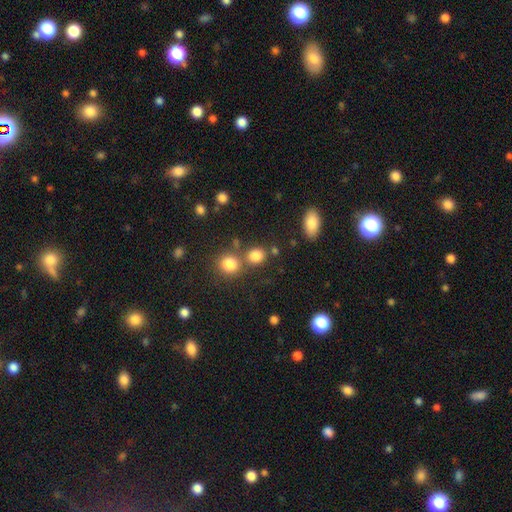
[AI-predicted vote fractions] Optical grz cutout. It shows a smooth galaxy with no disk features (82%) that is round (69%). Merging: none (64%).